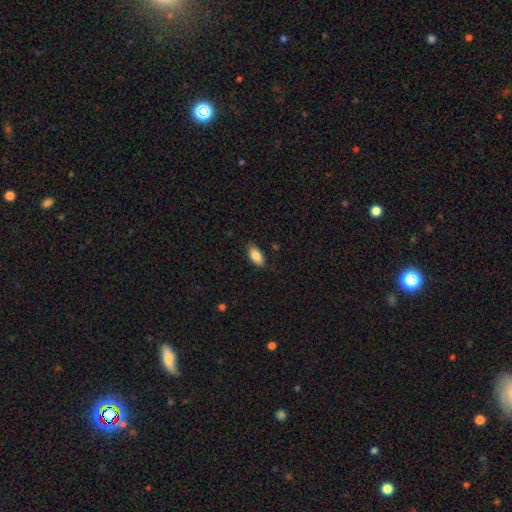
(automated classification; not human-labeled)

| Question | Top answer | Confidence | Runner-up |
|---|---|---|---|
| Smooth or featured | smooth | 85% | featured or disk (8%) |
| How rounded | in between | 92% | round (4%) |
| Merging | none | 83% | minor disturbance (13%) |